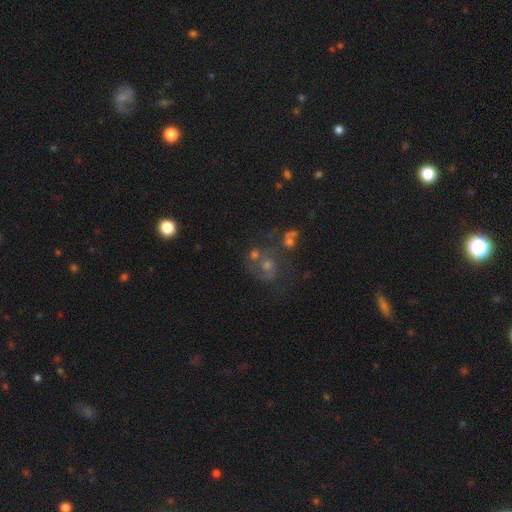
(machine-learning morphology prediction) A featured or disk galaxy (41%).

Vote fractions:
- Smooth or featured? featured or disk: 41% / smooth: 31% / star or artifact: 28%
- Merging? none: 40% / merger: 30% / major disturbance: 16% / minor disturbance: 14%